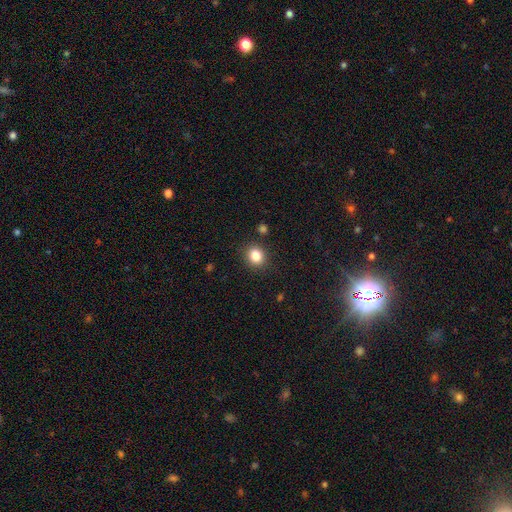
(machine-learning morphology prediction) A smooth galaxy with no disk features (84%) that is round (73%).

Vote fractions:
- Smooth or featured? smooth: 84% / star or artifact: 11% / featured or disk: 5%
- How rounded? round: 73% / in between: 26% / cigar-shaped: 1%
- Merging? none: 87% / minor disturbance: 8% / major disturbance: 3% / merger: 2%